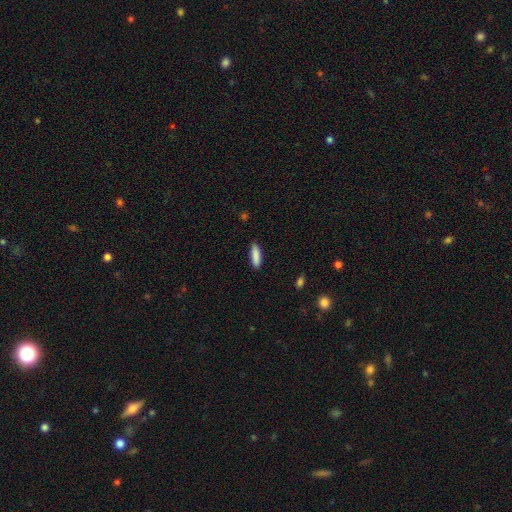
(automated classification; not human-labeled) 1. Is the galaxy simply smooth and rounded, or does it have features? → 88% smooth, 6% star or artifact, 6% featured or disk.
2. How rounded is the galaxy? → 61% cigar-shaped, 37% in between, 1% round.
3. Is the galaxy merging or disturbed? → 88% none, 9% minor disturbance, 2% major disturbance, 1% merger.